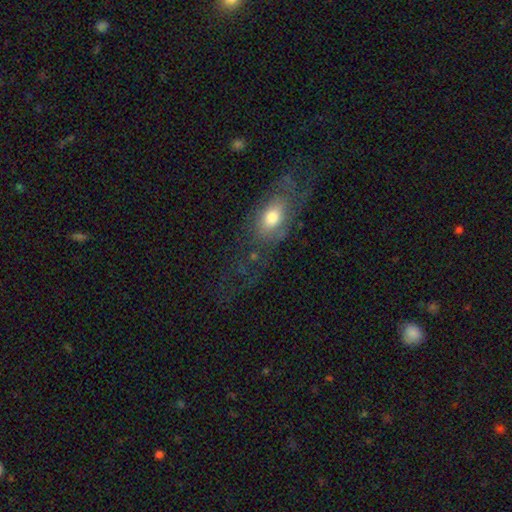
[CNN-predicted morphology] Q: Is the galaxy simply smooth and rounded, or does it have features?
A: featured or disk — 43%.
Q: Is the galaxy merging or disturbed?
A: none — 63%.